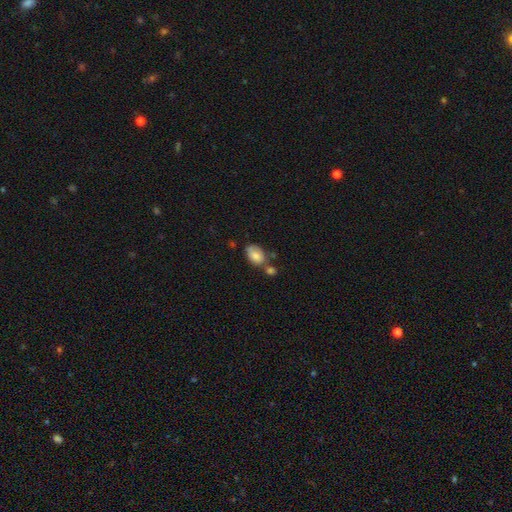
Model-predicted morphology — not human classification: Overall: smooth (81%). How rounded: in between (89%). Merging: none (43%; merger 28%).